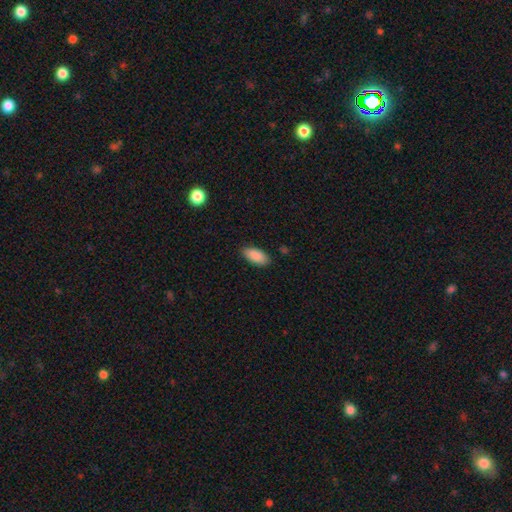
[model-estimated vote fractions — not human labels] This is clearly a smooth galaxy (90%). How rounded: clearly in between (91%). Merging: clearly none (87%).